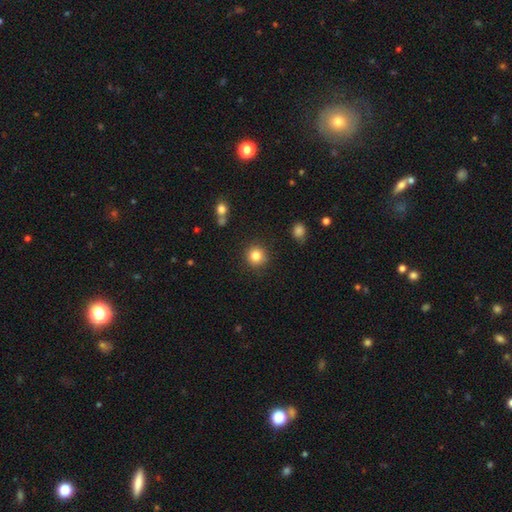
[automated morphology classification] This is clearly a smooth galaxy (83%). How rounded: clearly round (93%). Merging: clearly none (89%).